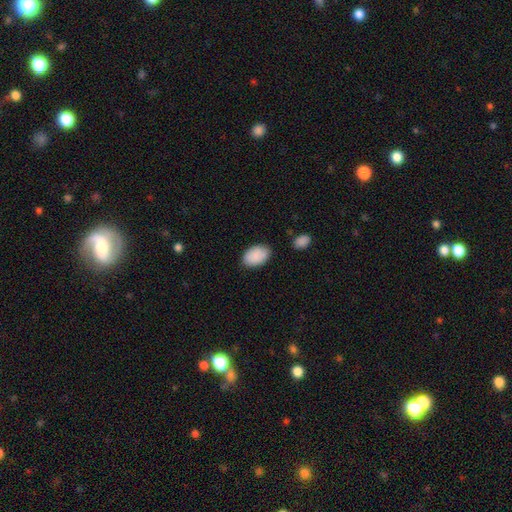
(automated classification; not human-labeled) A smooth galaxy with no disk features (90%) that is in between round and cigar-shaped (91%). Merging: none (81%).